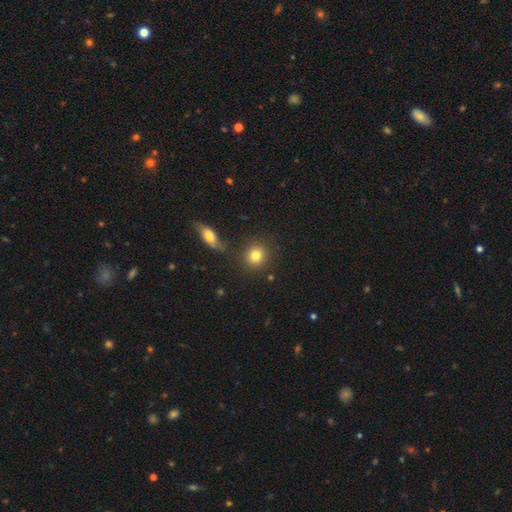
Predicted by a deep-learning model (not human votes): Q: Smooth or featured?
A: smooth (81%); runner-up: star or artifact (11%)
Q: How rounded?
A: round (89%); runner-up: in between (10%)
Q: Merging?
A: none (82%); runner-up: minor disturbance (8%)